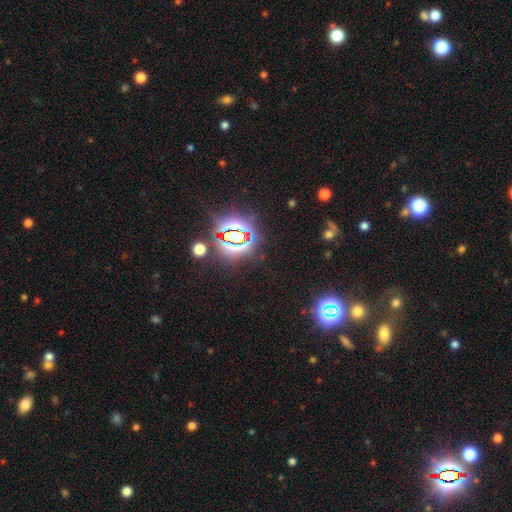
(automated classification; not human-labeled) The model was most divided on "smooth or featured": star or artifact: 81%, smooth: 12%, featured or disk: 7%.